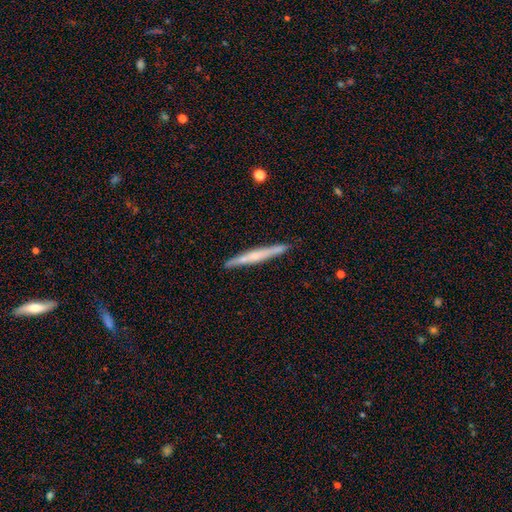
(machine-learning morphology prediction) smooth-or-featured: featured or disk: 59% | smooth: 35% | star or artifact: 6%
  disk-edge-on: yes: 97% | no: 3%
    edge-on-bulge: rounded: 52% | none: 40% | boxy: 8%
  merging: none: 90% | minor disturbance: 7% | major disturbance: 1% | merger: 1%